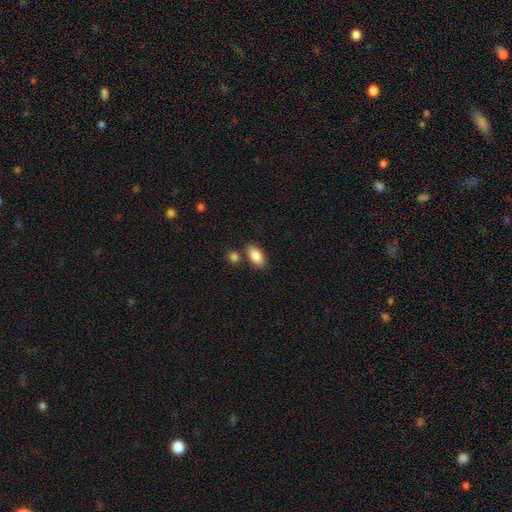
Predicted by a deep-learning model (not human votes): smooth_or_featured: smooth (p=0.87) [alt: star or artifact p=0.07]
how_rounded: in between (p=0.92) [alt: cigar-shaped p=0.05]
merging: none (p=0.76) [alt: minor disturbance p=0.11]